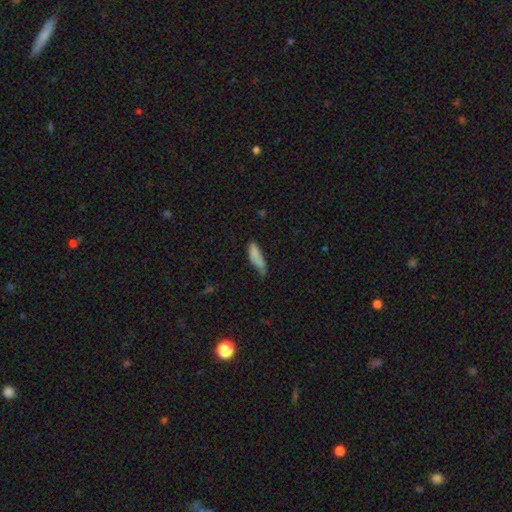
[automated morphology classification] smooth-or-featured: smooth: 80% | featured or disk: 12% | star or artifact: 8%
  how-rounded: in between: 49% (tied) | cigar-shaped: 49% (tied) | round: 2%
  merging: minor disturbance: 42% | none: 39% | major disturbance: 14% | merger: 4%